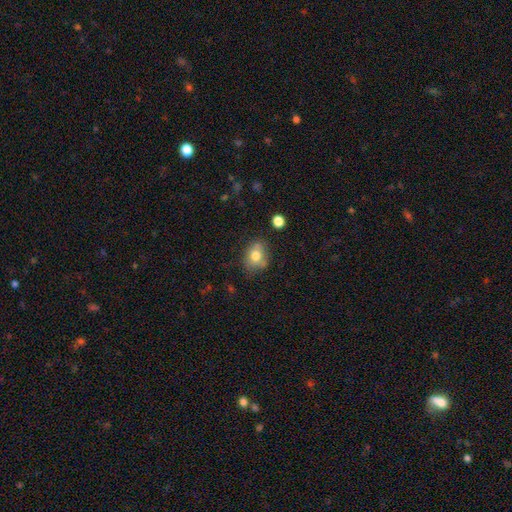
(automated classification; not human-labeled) Smooth or featured: smooth — 75% (featured or disk — 14%)
How rounded: in between — 52% (round — 47%)
Merging: none — 66% (minor disturbance — 23%)